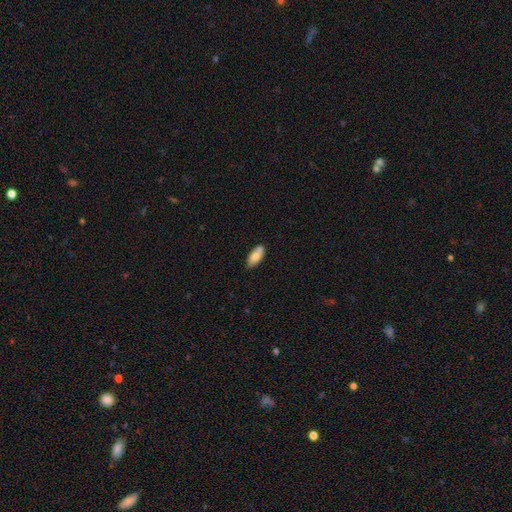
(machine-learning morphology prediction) This appears to be a smooth galaxy with no disk features (77%) that is in between round and cigar-shaped (85%). Merging: none (64%).